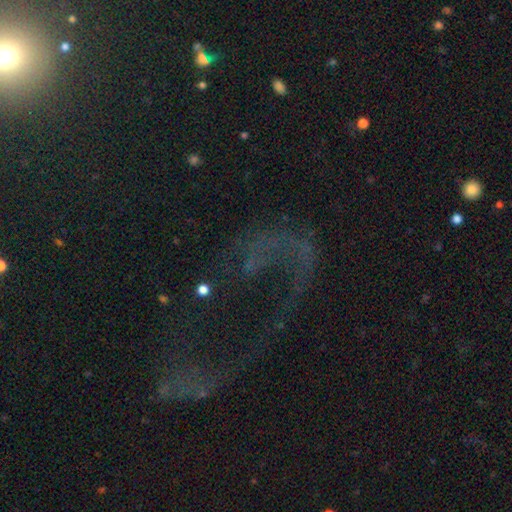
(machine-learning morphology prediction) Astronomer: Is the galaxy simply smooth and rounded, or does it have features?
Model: featured or disk — 49% (runner-up: star or artifact, 34%).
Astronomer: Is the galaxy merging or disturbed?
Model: major disturbance — 45% (runner-up: none, 36%).